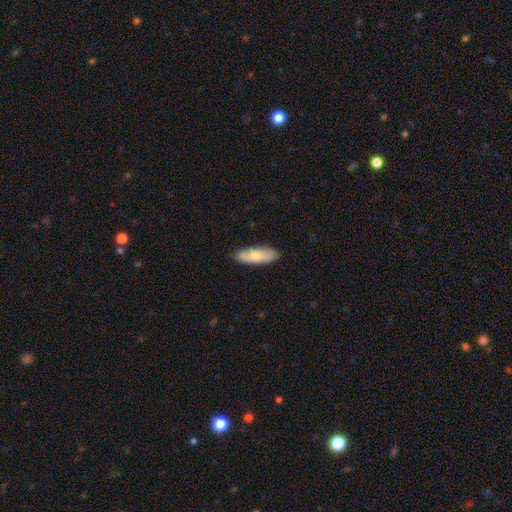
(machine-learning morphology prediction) type=smooth (76%); roundness=in between (55%); merging=none (87%).